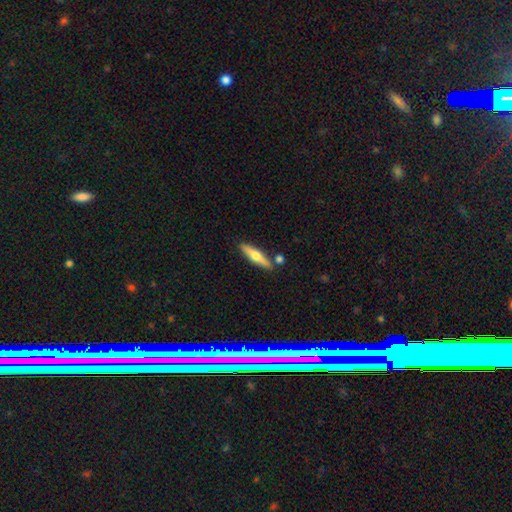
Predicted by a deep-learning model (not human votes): A featured or disk galaxy (52%) viewed edge-on (95%).

Vote fractions:
- Smooth or featured? featured or disk: 52% / smooth: 42% / star or artifact: 6%
- Edge-on disk? yes: 95% / no: 5%
- Merging? none: 83% / minor disturbance: 9% / merger: 7% / major disturbance: 2%